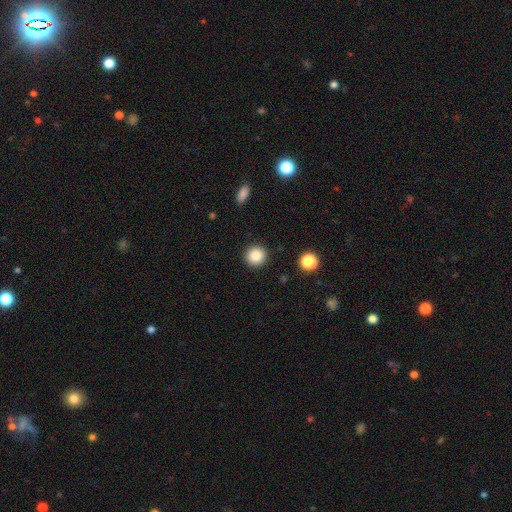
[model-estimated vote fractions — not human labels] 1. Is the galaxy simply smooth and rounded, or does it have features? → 87% smooth, 10% star or artifact, 3% featured or disk.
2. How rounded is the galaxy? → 94% round, 5% in between, 1% cigar-shaped.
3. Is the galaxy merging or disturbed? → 91% none, 5% minor disturbance, 2% major disturbance, 1% merger.